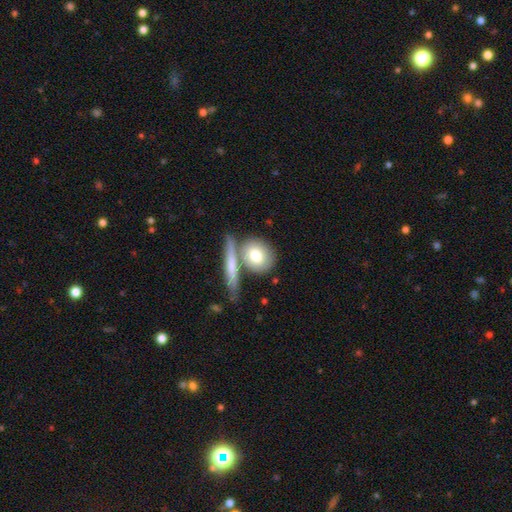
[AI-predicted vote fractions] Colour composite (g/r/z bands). It shows a smooth galaxy with no disk features (73%) that is round (59%). Merging: none (59%).